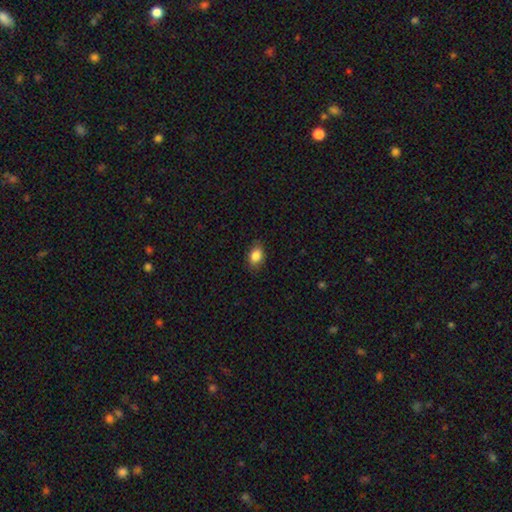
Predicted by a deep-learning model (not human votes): Smooth or featured? Predicted: smooth (p=0.85). How rounded? Predicted: in between (p=0.80). Merging? Predicted: none (p=0.84).